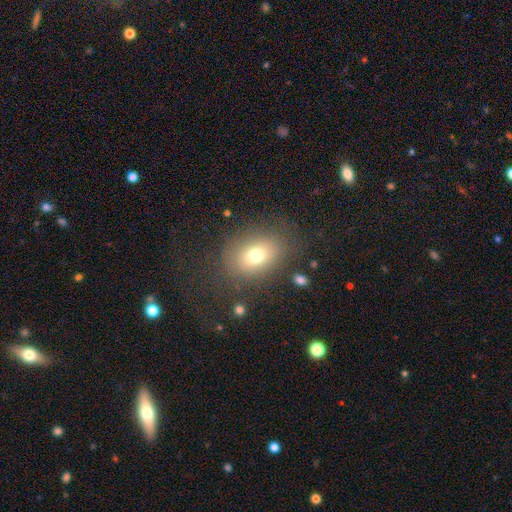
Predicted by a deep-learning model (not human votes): Smooth or featured: smooth — 72% (featured or disk — 15%)
How rounded: in between — 65% (round — 34%)
Merging: none — 77% (minor disturbance — 13%)